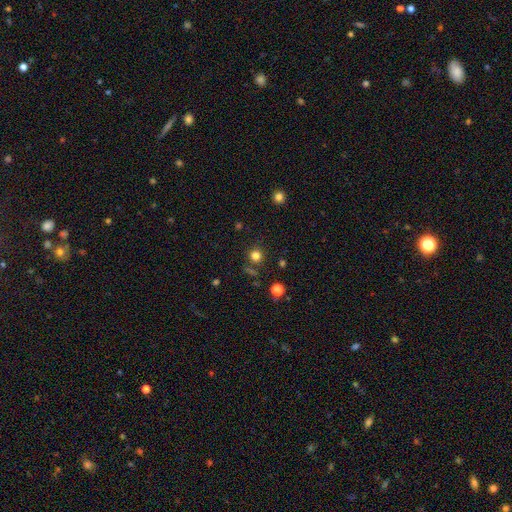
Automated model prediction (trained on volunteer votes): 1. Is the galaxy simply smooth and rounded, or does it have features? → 78% smooth, 17% star or artifact, 5% featured or disk.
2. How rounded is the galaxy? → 94% round, 5% in between, 1% cigar-shaped.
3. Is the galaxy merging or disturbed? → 83% none, 8% minor disturbance, 6% merger, 3% major disturbance.